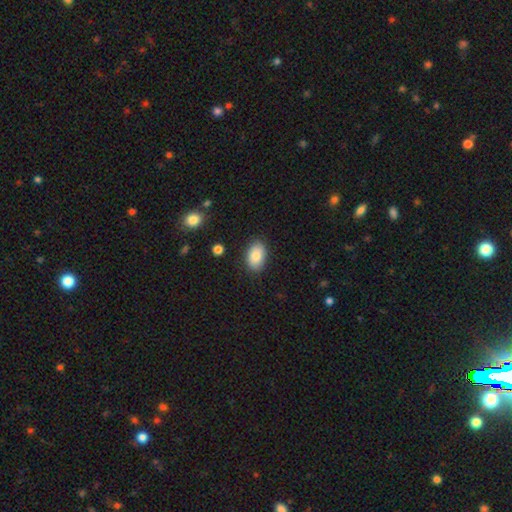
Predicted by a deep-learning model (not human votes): This appears to be a smooth galaxy with no disk features (86%) that is in between round and cigar-shaped (90%). Merging: none (86%).